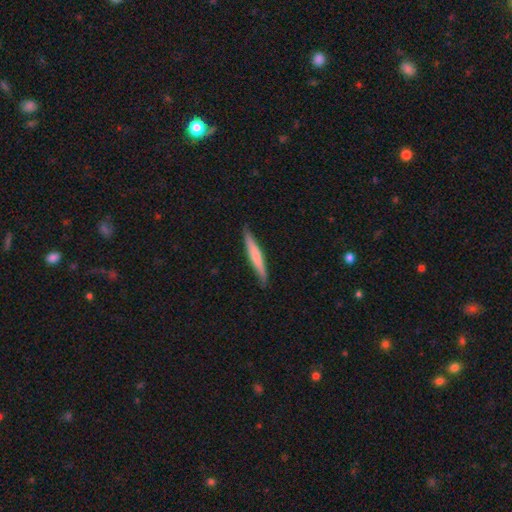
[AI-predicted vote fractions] A smooth galaxy with no disk features (58%) that is cigar-shaped (95%). Merging: none (88%).